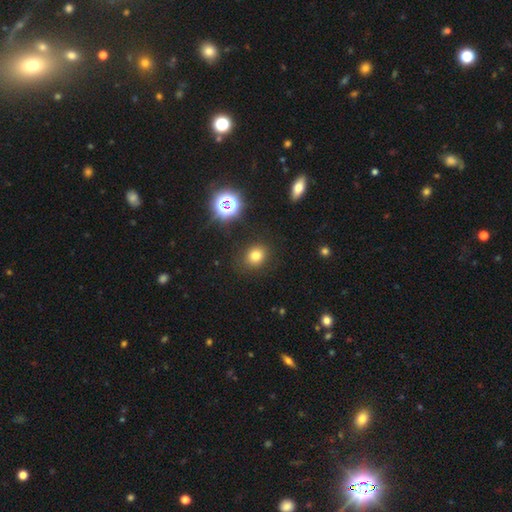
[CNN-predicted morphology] smooth-or-featured: smooth: 75% | star or artifact: 17% | featured or disk: 7%
  how-rounded: round: 67% | in between: 32% | cigar-shaped: 1%
  merging: none: 87% | minor disturbance: 9% | major disturbance: 3% | merger: 2%